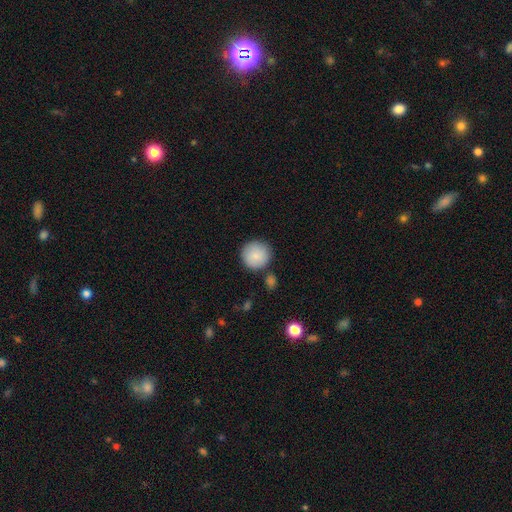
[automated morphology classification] type=smooth (87%); roundness=round (95%); merging=none (81%).